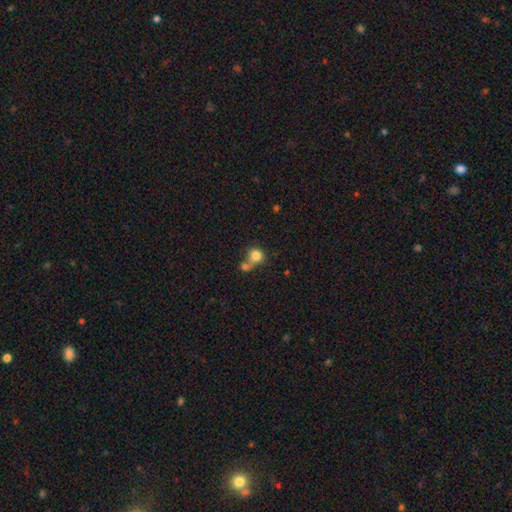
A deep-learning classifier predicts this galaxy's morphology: The model was most divided on "merging": merger: 46%, none: 40%, minor disturbance: 9%, major disturbance: 5%. More confident: how rounded — round (84%); smooth or featured — smooth (81%).